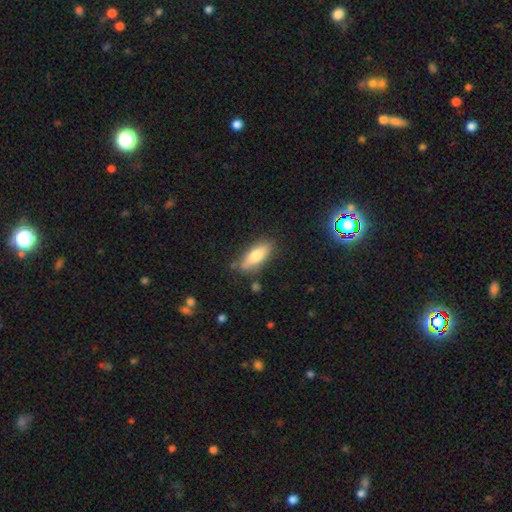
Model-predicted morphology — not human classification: Smooth or featured? smooth (71%)
How rounded? in between (70%)
Merging? none (77%)